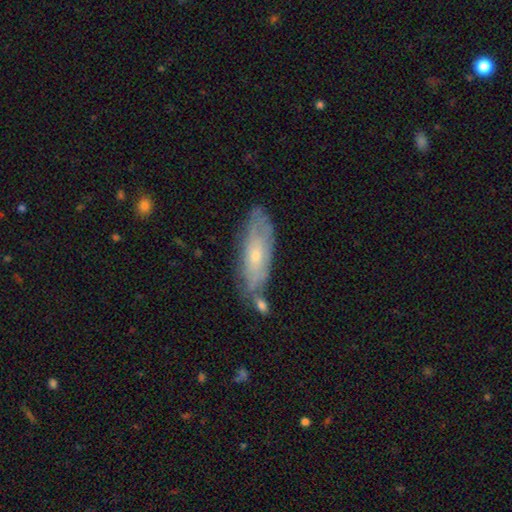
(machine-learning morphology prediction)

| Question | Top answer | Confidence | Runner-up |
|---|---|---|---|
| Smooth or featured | featured or disk | 52% | smooth (41%) |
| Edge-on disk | no | 74% | yes (26%) |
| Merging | none | 64% | minor disturbance (22%) |